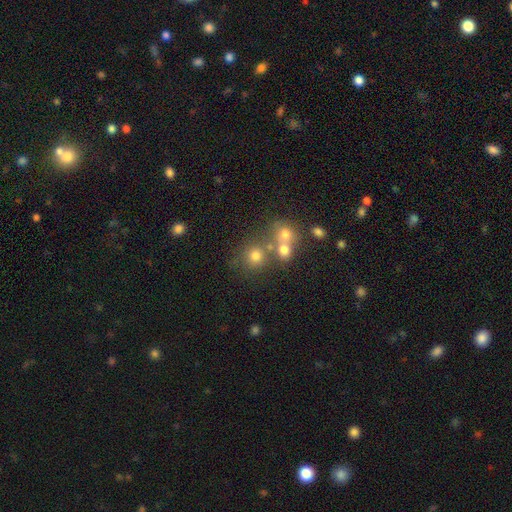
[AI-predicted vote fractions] Smooth or featured: smooth — 69% (star or artifact — 19%)
How rounded: round — 86% (in between — 13%)
Merging: none — 57% (merger — 29%)